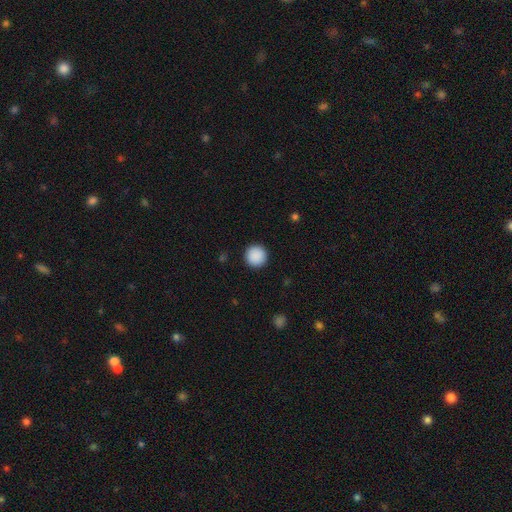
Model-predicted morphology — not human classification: Smooth or featured? smooth (90%)
How rounded? round (96%)
Merging? none (93%)